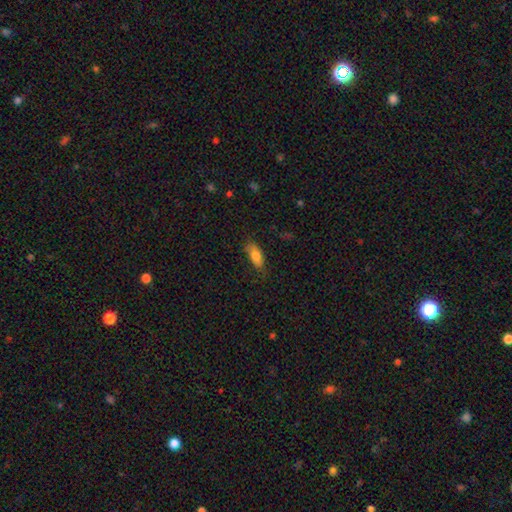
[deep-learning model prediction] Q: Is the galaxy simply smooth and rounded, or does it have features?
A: smooth — 79%.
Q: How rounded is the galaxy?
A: in between — 81%.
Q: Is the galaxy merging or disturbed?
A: none — 69%.